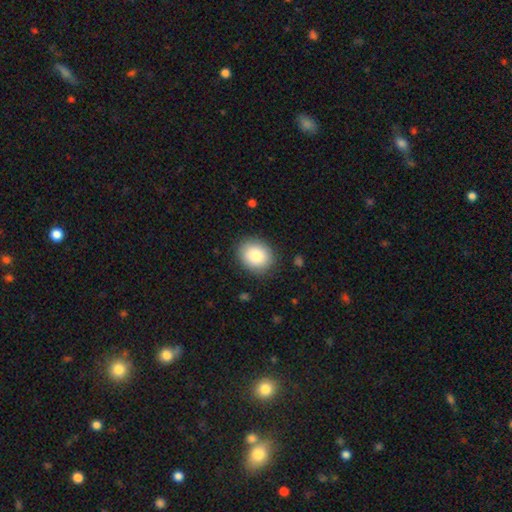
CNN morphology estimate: A smooth galaxy with no disk features (85%) that is round (61%). Merging: none (87%).